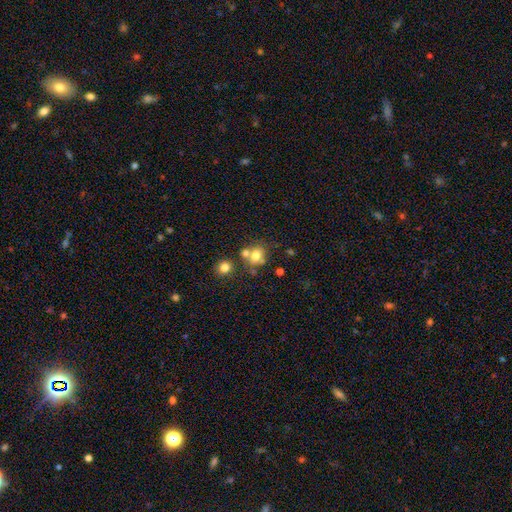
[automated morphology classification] Smooth or featured?
  - smooth: 72% *
  - featured or disk: 15%
  - star or artifact: 13%
How rounded?
  - round: 64% *
  - in between: 35%
  - cigar-shaped: 1%
Merging?
  - none: 49% *
  - merger: 34%
  - minor disturbance: 11%
  - major disturbance: 5%